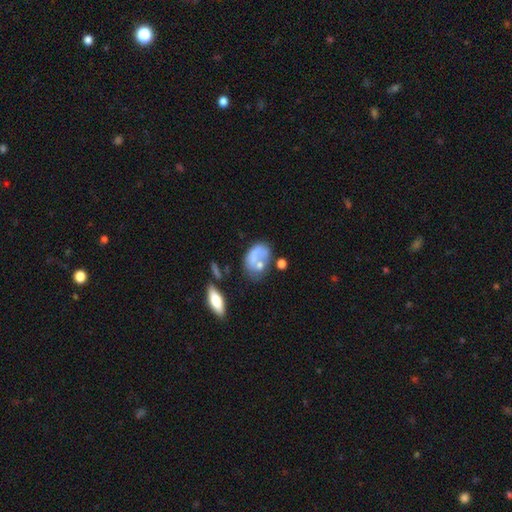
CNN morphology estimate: Smooth or featured?
  - smooth: 56% *
  - featured or disk: 34%
  - star or artifact: 10%
How rounded?
  - in between: 75% *
  - round: 23%
  - cigar-shaped: 2%
Merging?
  - none: 32% *
  - major disturbance: 27%
  - minor disturbance: 22%
  - merger: 19%